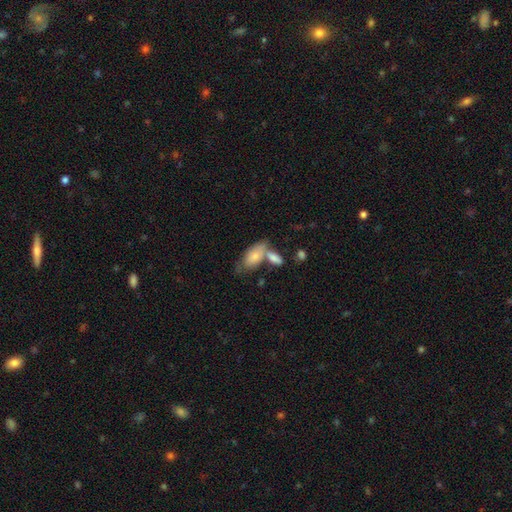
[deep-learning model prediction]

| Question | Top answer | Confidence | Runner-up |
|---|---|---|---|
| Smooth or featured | smooth | 75% | featured or disk (19%) |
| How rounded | in between | 90% | cigar-shaped (7%) |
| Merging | merger | 42% | none (37%) |